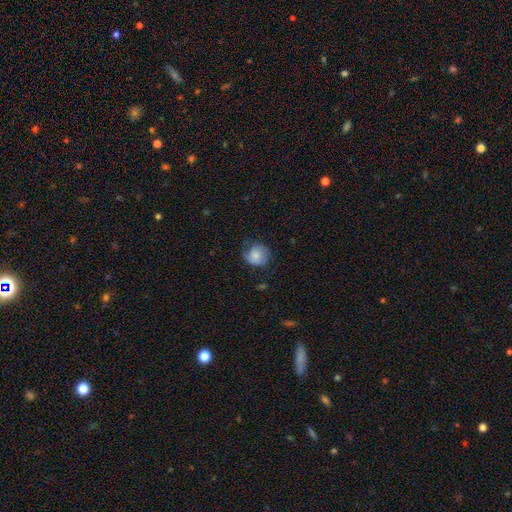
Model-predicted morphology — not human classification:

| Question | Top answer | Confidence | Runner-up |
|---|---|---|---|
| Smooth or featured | smooth | 69% | featured or disk (23%) |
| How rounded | round | 81% | in between (18%) |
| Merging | none | 56% | minor disturbance (30%) |